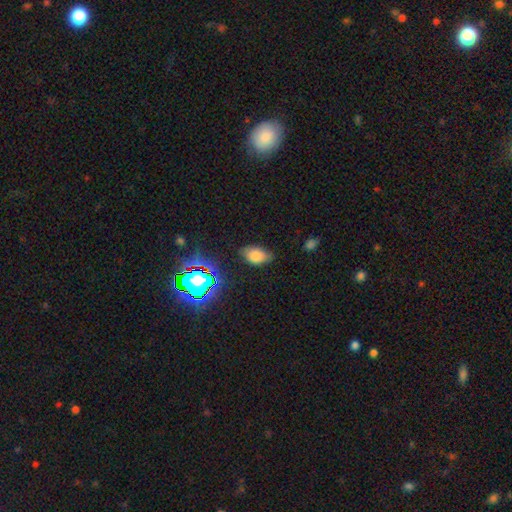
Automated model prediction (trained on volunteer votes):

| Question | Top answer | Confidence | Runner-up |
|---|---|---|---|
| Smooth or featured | smooth | 75% | star or artifact (15%) |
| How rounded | in between | 89% | round (9%) |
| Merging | none | 74% | minor disturbance (20%) |